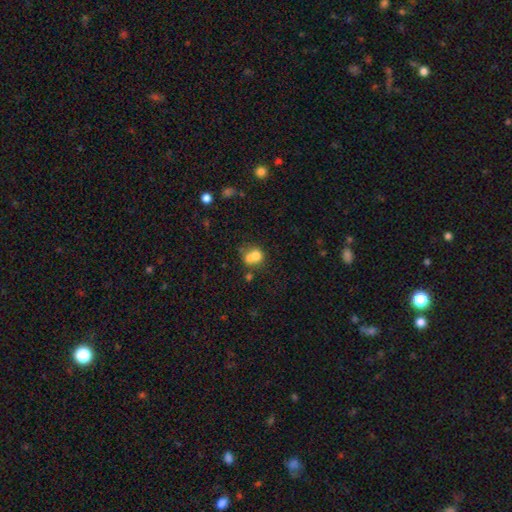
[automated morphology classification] A smooth galaxy with no disk features (70%) that is round (69%). Merging: merger (59%).